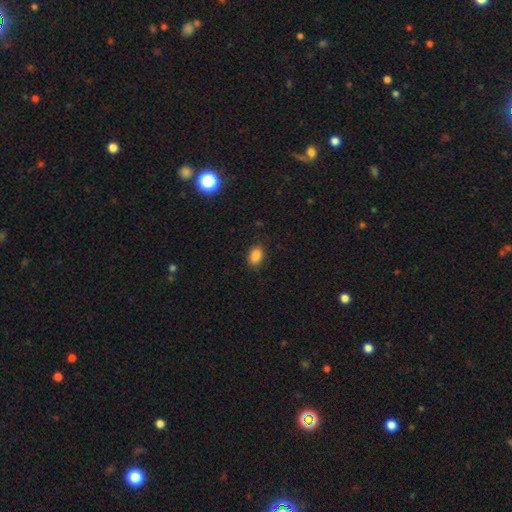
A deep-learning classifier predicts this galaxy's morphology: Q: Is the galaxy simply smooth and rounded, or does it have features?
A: smooth — 87%.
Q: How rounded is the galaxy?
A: in between — 78%.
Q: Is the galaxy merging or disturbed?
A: none — 85%.